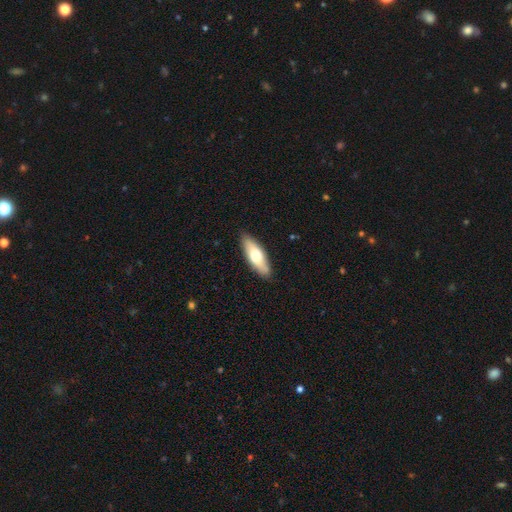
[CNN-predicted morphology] Smooth or featured: smooth — 63% (featured or disk — 32%)
How rounded: in between — 60% (cigar-shaped — 38%)
Merging: none — 88% (minor disturbance — 10%)